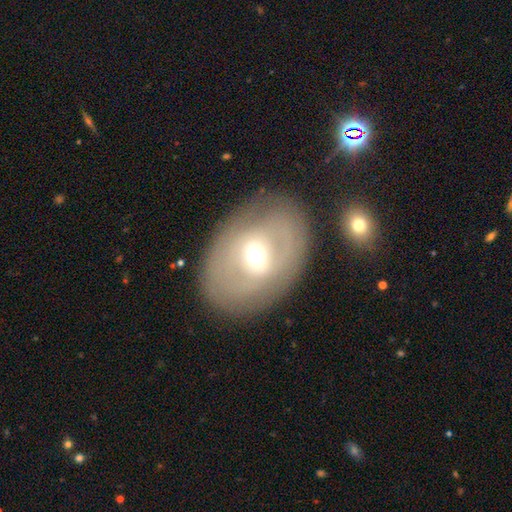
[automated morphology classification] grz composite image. It shows a featured or disk galaxy (65%) with a weak bar (46%), no spiral arms (56%) and a moderate central bulge (62%). Merging: none (80%).